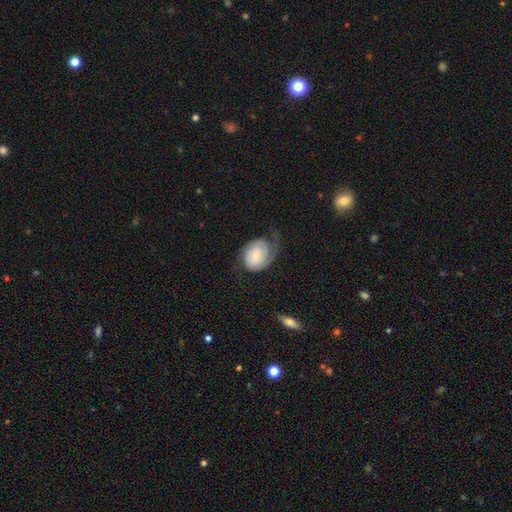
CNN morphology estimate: A featured or disk galaxy (64%) with no bar (72%), 2 (44%) tight (45%) spiral arms (87%) and a moderate central bulge (47%).

Vote fractions:
- Smooth or featured? featured or disk: 64% / smooth: 30% / star or artifact: 6%
- Edge-on disk? no: 97% / yes: 3%
- Bar? no: 72% / weak: 23% / strong: 5%
- Spiral arms? yes: 87% / no: 13%
- Spiral winding? tight: 45% / medium: 31% / loose: 24%
- Spiral arm count? 2: 44% / 1: 34% / can't tell: 16% / 3: 4% / 4: 2% / more than 4: 1%
- Bulge size? moderate: 47% / small: 46% / large: 3% / none: 2% / dominant: 1%
- Merging? none: 45% / major disturbance: 28% / minor disturbance: 25% / merger: 2%